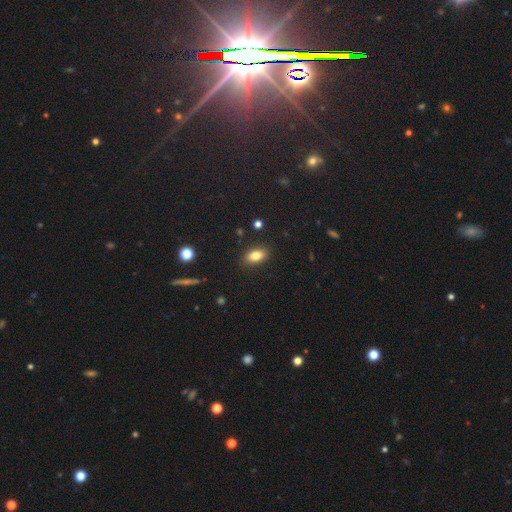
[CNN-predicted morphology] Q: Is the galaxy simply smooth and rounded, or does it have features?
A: smooth — 82%.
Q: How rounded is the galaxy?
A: in between — 88%.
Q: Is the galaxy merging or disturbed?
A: none — 88%.